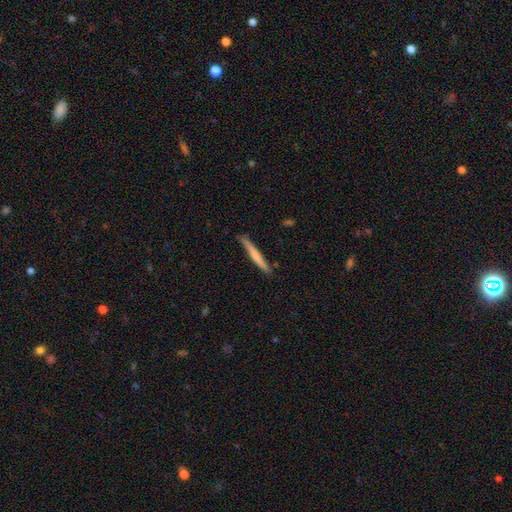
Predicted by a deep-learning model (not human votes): Morphology: type=smooth (61%); roundness=cigar-shaped (96%); merging=none (81%).